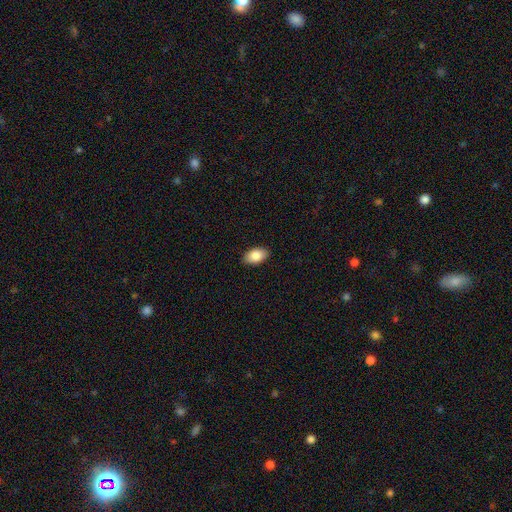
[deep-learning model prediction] Morphology: type=smooth (85%); roundness=in between (93%); merging=none (89%).